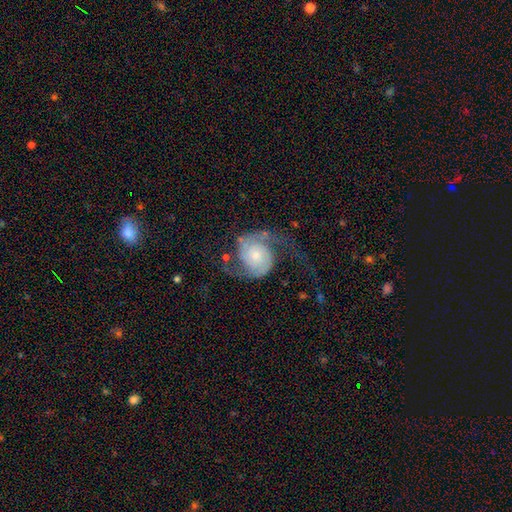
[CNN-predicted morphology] Overall: featured or disk (88%). Edge-on disk: no (98%). Bar: no (72%). Spiral arms: yes (97%). Spiral arm count: 2 (92%). Spiral winding: medium (42%; loose 40%). Bulge size: small (54%; moderate 33%). Merging: none (59%; major disturbance 22%).